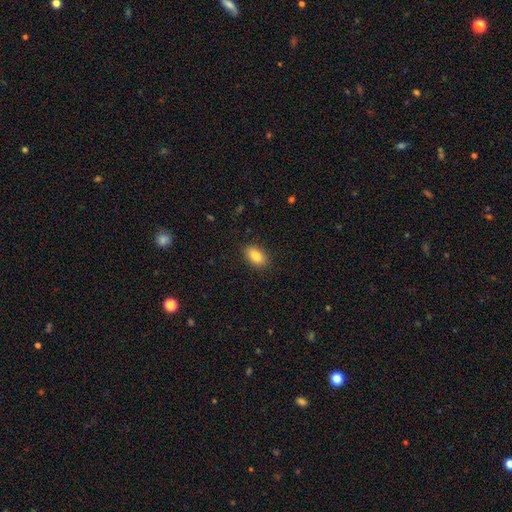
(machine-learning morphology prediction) Smooth or featured? smooth (82%)
How rounded? in between (89%)
Merging? none (88%)